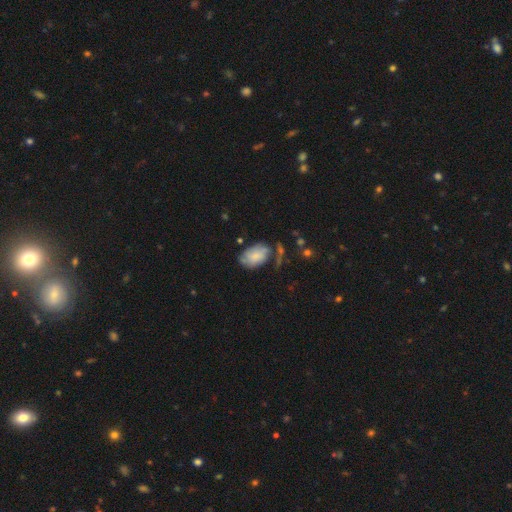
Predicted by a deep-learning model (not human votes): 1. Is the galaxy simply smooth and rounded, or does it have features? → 71% smooth, 22% featured or disk, 7% star or artifact.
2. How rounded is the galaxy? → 90% in between, 9% round, 1% cigar-shaped.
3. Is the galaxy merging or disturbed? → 52% none, 28% minor disturbance, 12% major disturbance, 9% merger.